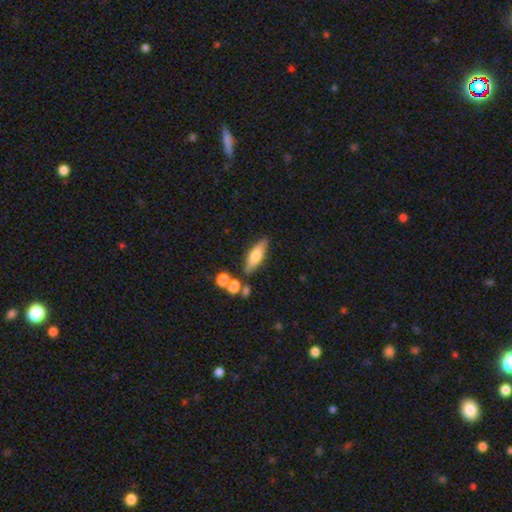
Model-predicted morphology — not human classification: This appears to be a smooth galaxy with no disk features (54%) that is cigar-shaped (50%). Merging: none (76%).